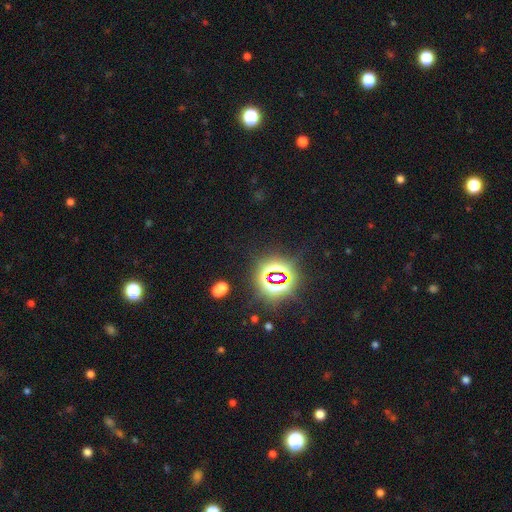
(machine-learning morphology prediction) A star or artifact, not a galaxy (81%).

Vote fractions:
- Smooth or featured? star or artifact: 81% / smooth: 13% / featured or disk: 6%